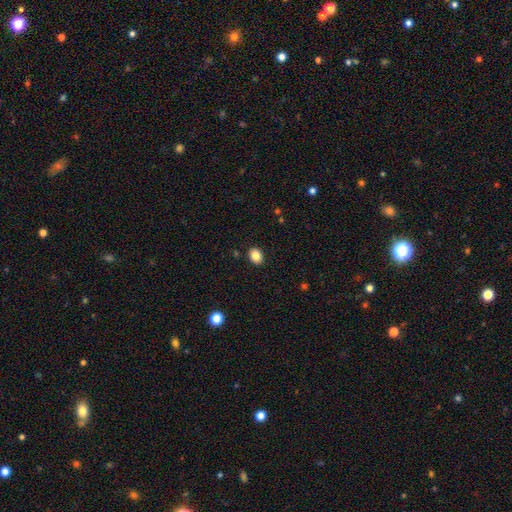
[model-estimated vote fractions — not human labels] smooth 85%, star or artifact 9%, featured or disk 5%. Down the decision tree: how rounded — in between (57%); merging — none (90%).